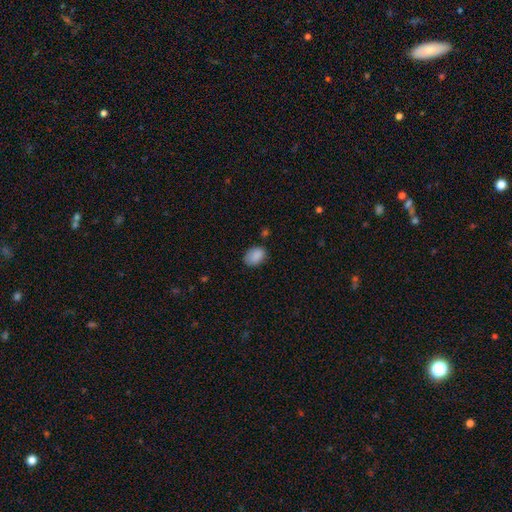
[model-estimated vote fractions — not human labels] This appears to be a smooth galaxy with no disk features (88%) that is in between round and cigar-shaped (81%). Merging: none (76%).